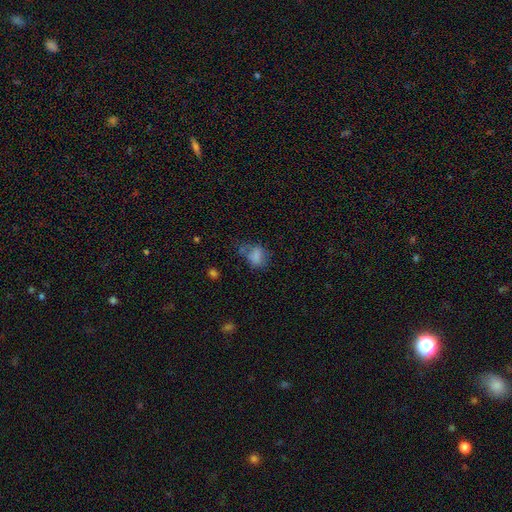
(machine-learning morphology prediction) A smooth galaxy with no disk features (73%) that is in between round and cigar-shaped (64%).

Vote fractions:
- Smooth or featured? smooth: 73% / featured or disk: 15% / star or artifact: 13%
- How rounded? in between: 64% / round: 35% / cigar-shaped: 2%
- Merging? none: 39% / minor disturbance: 28% / major disturbance: 23% / merger: 11%